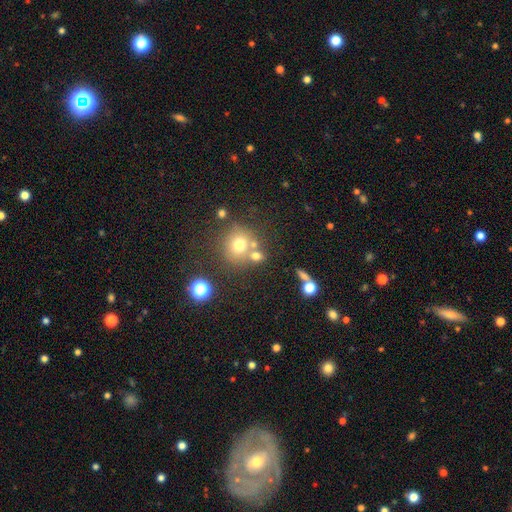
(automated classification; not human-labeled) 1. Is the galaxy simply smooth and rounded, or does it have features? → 67% smooth, 19% star or artifact, 14% featured or disk.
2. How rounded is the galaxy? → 79% round, 19% in between, 2% cigar-shaped.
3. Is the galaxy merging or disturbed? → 56% none, 28% merger, 10% minor disturbance, 5% major disturbance.